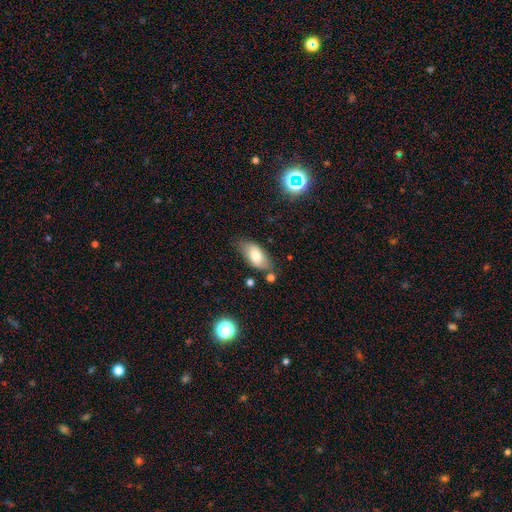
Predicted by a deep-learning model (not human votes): A smooth galaxy with no disk features (77%) that is in between round and cigar-shaped (91%). Merging: none (72%).